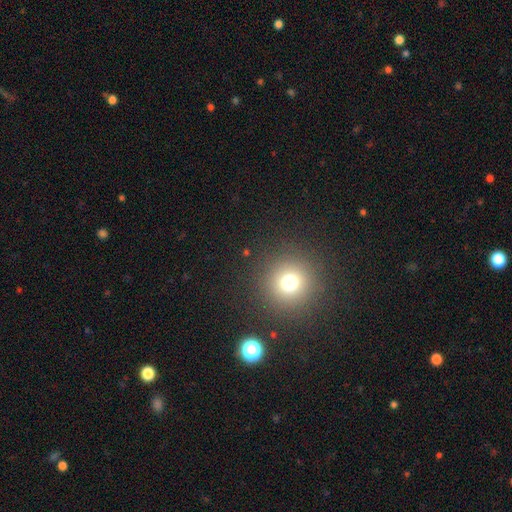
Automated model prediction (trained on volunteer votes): smooth_or_featured: smooth (p=0.58) [alt: star or artifact p=0.35]
how_rounded: round (p=0.95) [alt: in between p=0.04]
merging: none (p=0.91) [alt: minor disturbance p=0.04]